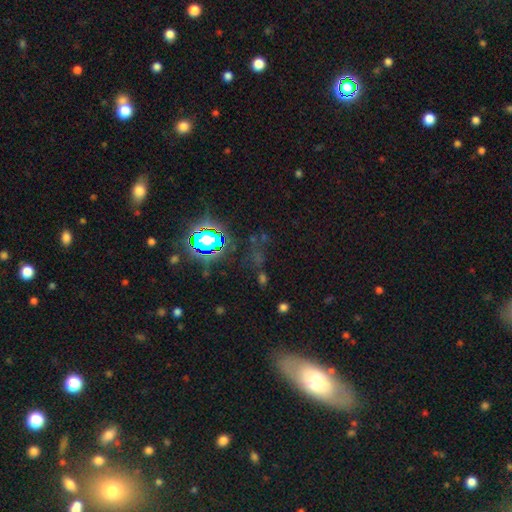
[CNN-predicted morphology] The model was most divided on "smooth or featured": star or artifact: 54%, smooth: 27%, featured or disk: 19%.